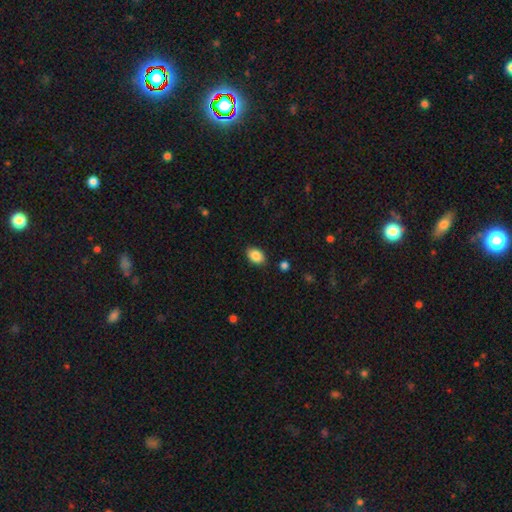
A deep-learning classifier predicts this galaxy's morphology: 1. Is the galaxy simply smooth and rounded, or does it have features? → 87% smooth, 8% star or artifact, 6% featured or disk.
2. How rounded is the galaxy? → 85% in between, 14% round, 1% cigar-shaped.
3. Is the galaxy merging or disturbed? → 88% none, 9% minor disturbance, 2% major disturbance, 2% merger.